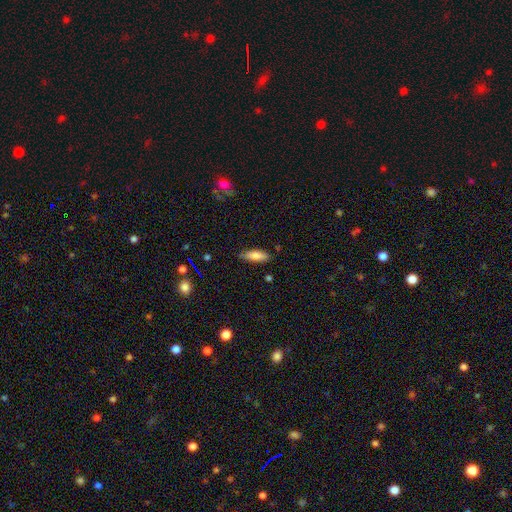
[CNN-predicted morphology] smooth-or-featured: smooth: 80% | featured or disk: 13% | star or artifact: 7%
  how-rounded: in between: 58% | cigar-shaped: 40% | round: 2%
  merging: none: 80% | minor disturbance: 16% | major disturbance: 3% | merger: 2%